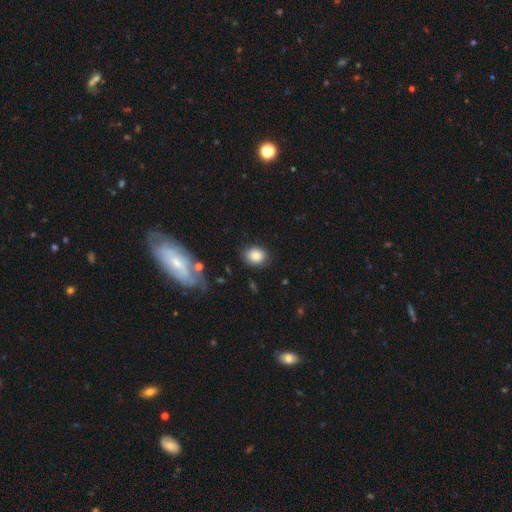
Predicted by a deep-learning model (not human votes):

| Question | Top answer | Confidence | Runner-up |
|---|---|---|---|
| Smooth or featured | smooth | 84% | star or artifact (9%) |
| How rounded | round | 62% | in between (37%) |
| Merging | none | 81% | minor disturbance (13%) |